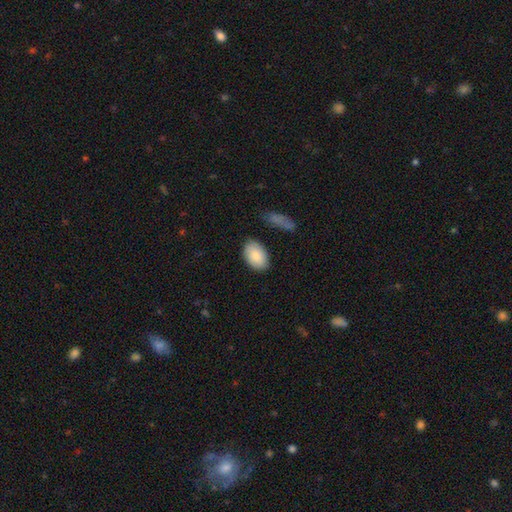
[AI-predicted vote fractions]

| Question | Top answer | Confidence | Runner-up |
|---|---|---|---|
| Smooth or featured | smooth | 88% | featured or disk (7%) |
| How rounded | in between | 91% | round (8%) |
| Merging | none | 81% | minor disturbance (14%) |